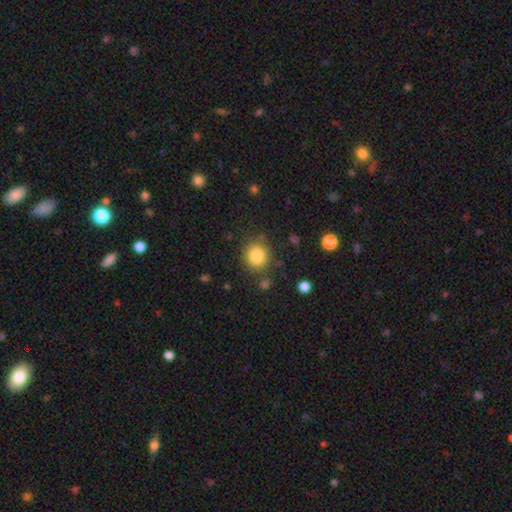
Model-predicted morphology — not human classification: This is clearly a smooth galaxy (85%). How rounded: clearly round (84%). Merging: clearly none (82%).